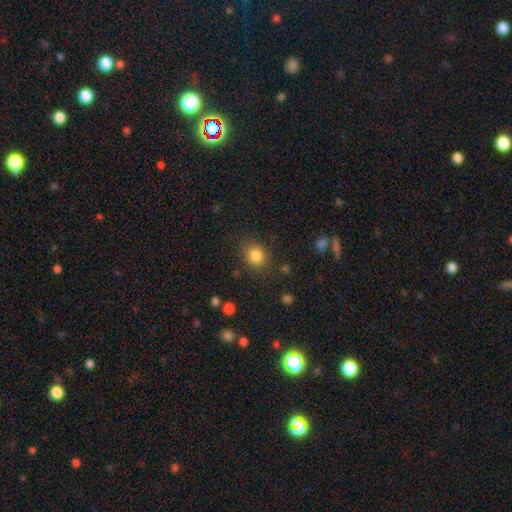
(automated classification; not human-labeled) Smooth or featured? Predicted: smooth (p=0.83). How rounded? Predicted: round (p=0.69). Merging? Predicted: none (p=0.83).